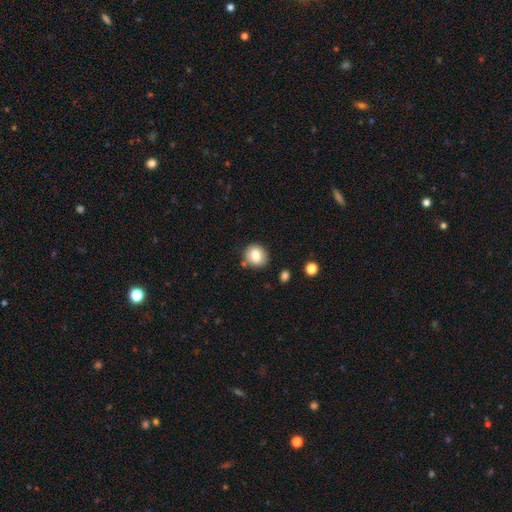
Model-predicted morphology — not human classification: smooth_or_featured: smooth (p=0.78) [alt: featured or disk p=0.13]
how_rounded: round (p=0.64) [alt: in between p=0.35]
merging: none (p=0.79) [alt: minor disturbance p=0.13]